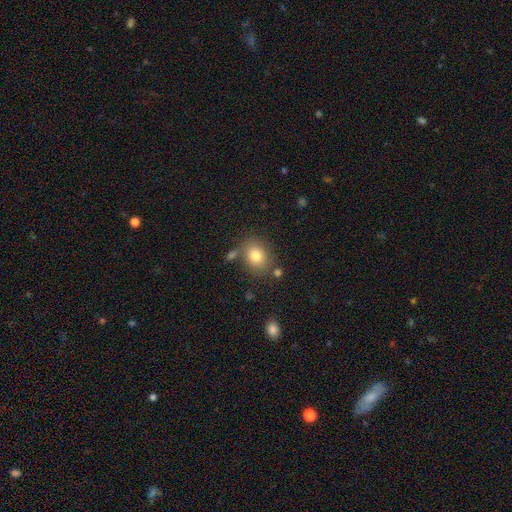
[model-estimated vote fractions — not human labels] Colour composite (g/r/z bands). It shows a smooth galaxy with no disk features (80%) that is in between round and cigar-shaped (50%). Merging: none (72%).